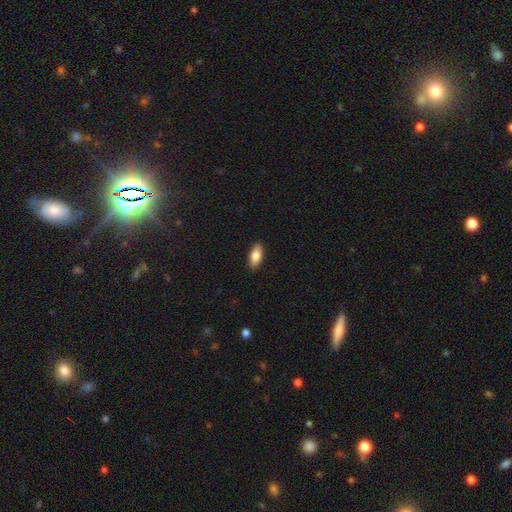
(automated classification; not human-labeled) Smooth or featured? Predicted: smooth (p=0.79). How rounded? Predicted: in between (p=0.81). Merging? Predicted: none (p=0.89).